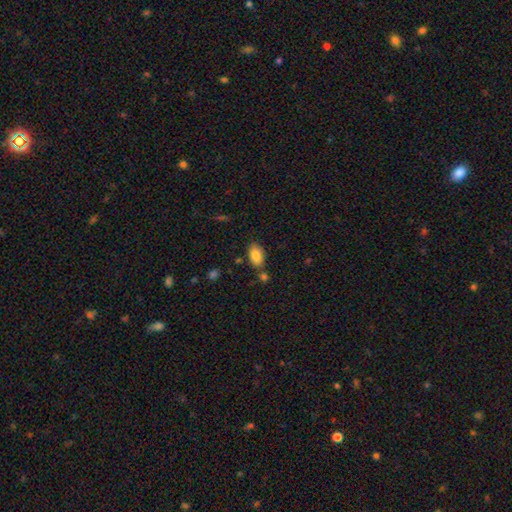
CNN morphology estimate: smooth-or-featured: smooth: 85% | star or artifact: 8% | featured or disk: 7%
  how-rounded: in between: 91% | round: 7% | cigar-shaped: 2%
  merging: none: 74% | minor disturbance: 14% | merger: 9% | major disturbance: 3%